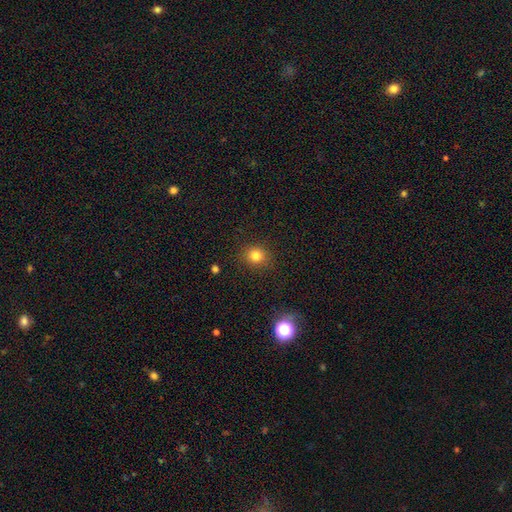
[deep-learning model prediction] Morphology: type=smooth (81%); roundness=round (83%); merging=none (88%).